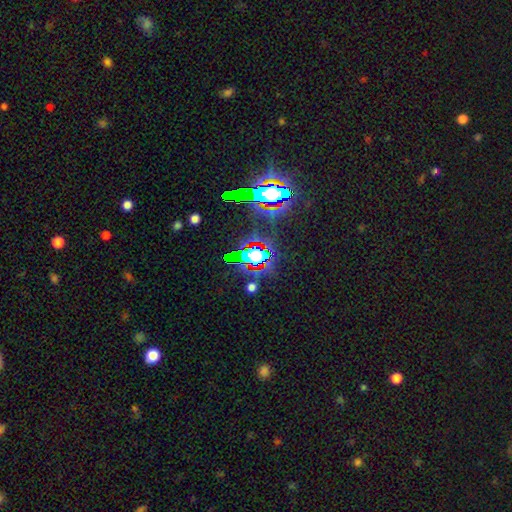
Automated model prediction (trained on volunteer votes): A star or artifact, not a galaxy (60%).